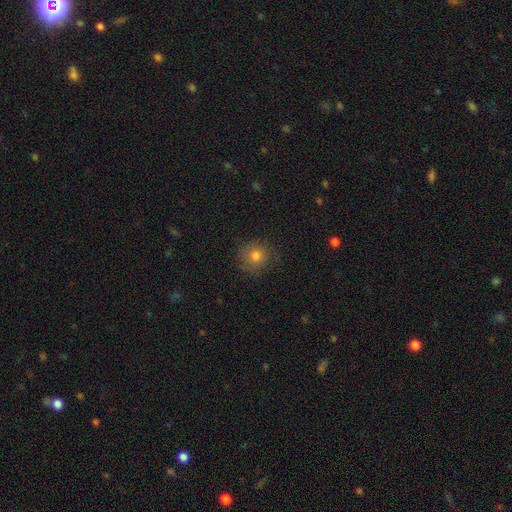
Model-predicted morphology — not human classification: Smooth or featured? smooth (76%)
How rounded? round (90%)
Merging? none (80%)